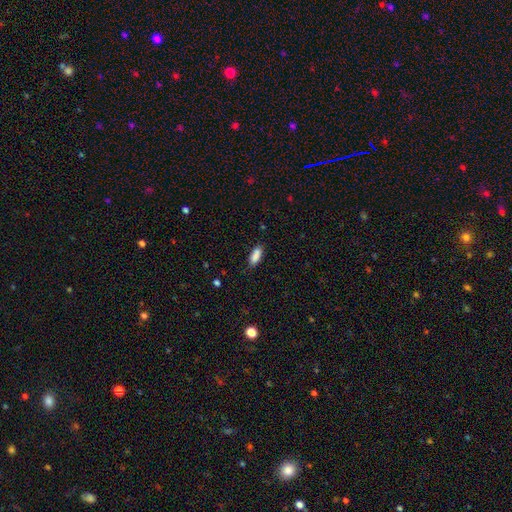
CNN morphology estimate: smooth_or_featured: smooth (p=0.88) [alt: star or artifact p=0.08]
how_rounded: in between (p=0.75) [alt: cigar-shaped p=0.23]
merging: none (p=0.80) [alt: minor disturbance p=0.14]